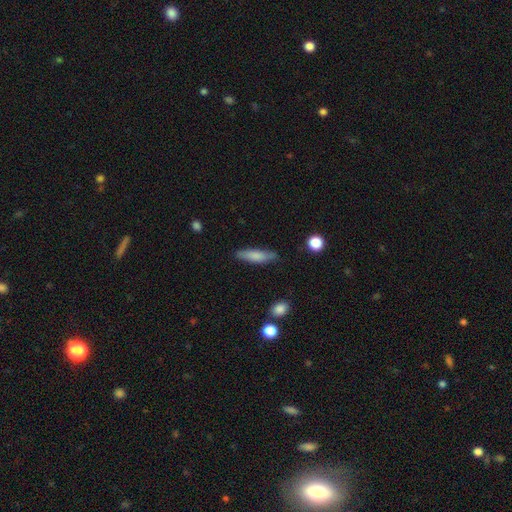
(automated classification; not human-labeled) Morphology: type=smooth (77%); roundness=cigar-shaped (70%); merging=none (81%).